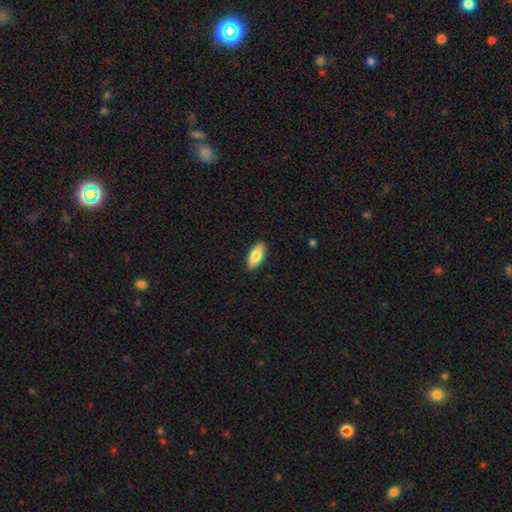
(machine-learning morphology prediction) Overall: smooth (80%). How rounded: in between (83%). Merging: none (89%).